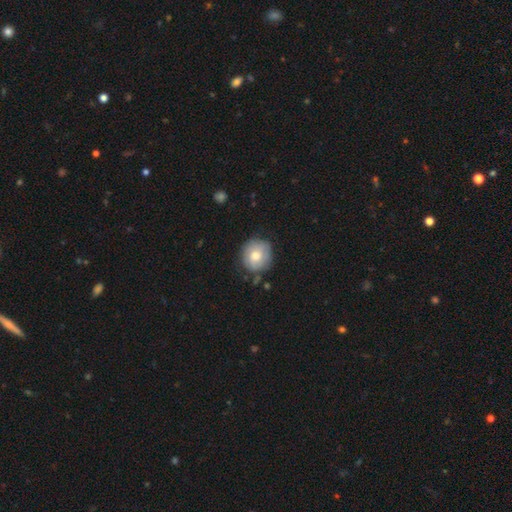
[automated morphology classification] This is likely a smooth galaxy (68%). How rounded: clearly round (87%). Merging: likely none (72%).